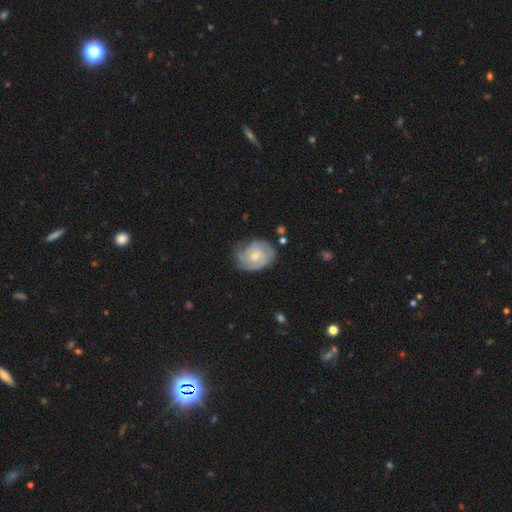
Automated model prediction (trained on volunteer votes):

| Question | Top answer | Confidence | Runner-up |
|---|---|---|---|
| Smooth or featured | featured or disk | 71% | smooth (24%) |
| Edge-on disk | no | 97% | yes (3%) |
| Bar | no | 70% | weak (27%) |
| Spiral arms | yes | 90% | no (10%) |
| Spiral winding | tight | 59% | medium (32%) |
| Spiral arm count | can't tell | 34% | 2 (26%) |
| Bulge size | moderate | 48% | small (43%) |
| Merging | none | 65% | minor disturbance (24%) |